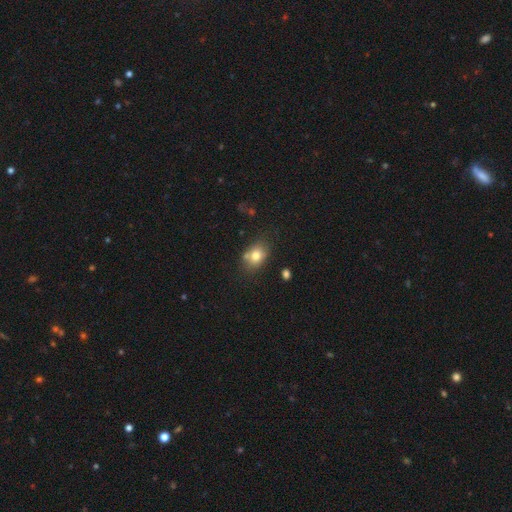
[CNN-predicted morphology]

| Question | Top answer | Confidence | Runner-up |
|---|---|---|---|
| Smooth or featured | smooth | 77% | featured or disk (13%) |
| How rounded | in between | 62% | round (37%) |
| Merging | none | 67% | minor disturbance (17%) |